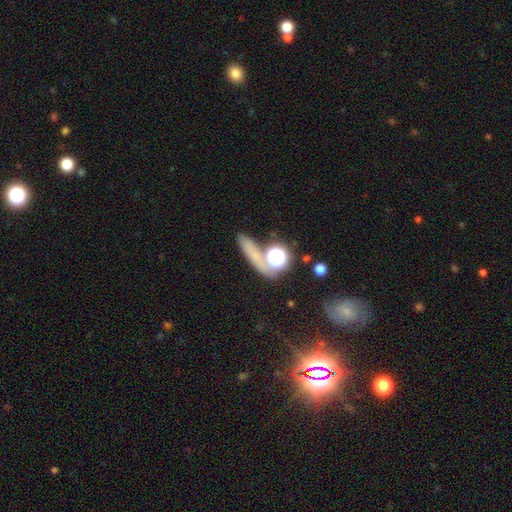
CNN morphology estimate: A smooth galaxy with no disk features (53%) that is round (38%, tied with cigar-shaped).

Vote fractions:
- Smooth or featured? smooth: 53% / star or artifact: 30% / featured or disk: 17%
- How rounded? round: 38% (tied) / cigar-shaped: 38% (tied) / in between: 24%
- Merging? none: 61% / merger: 17% / minor disturbance: 13% / major disturbance: 9%